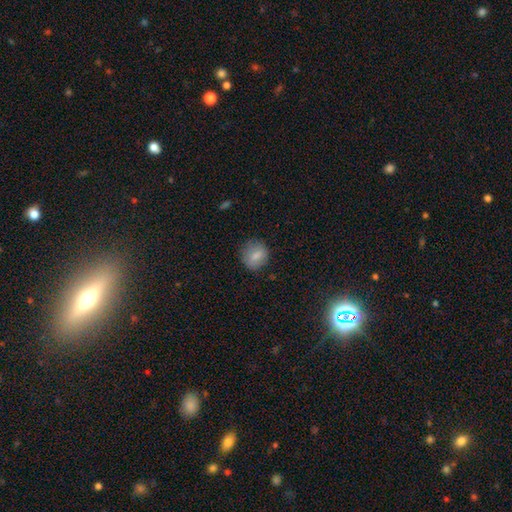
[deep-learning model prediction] Smooth or featured: smooth — 80% (featured or disk — 11%)
How rounded: round — 77% (in between — 22%)
Merging: none — 81% (minor disturbance — 14%)